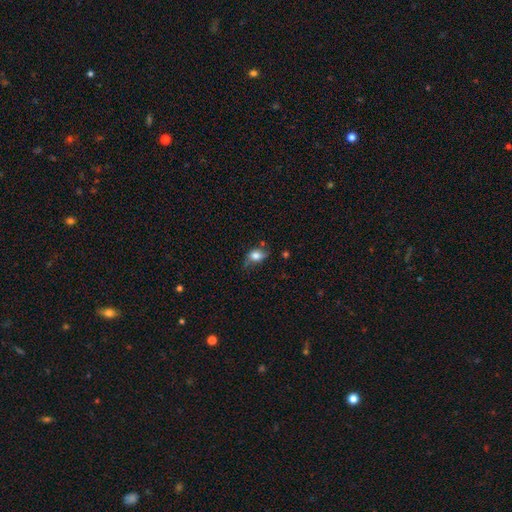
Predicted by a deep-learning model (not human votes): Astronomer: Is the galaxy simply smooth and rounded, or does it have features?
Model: smooth — 76%.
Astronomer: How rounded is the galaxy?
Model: in between — 72%.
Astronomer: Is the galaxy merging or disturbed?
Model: none — 50% (runner-up: minor disturbance, 34%).